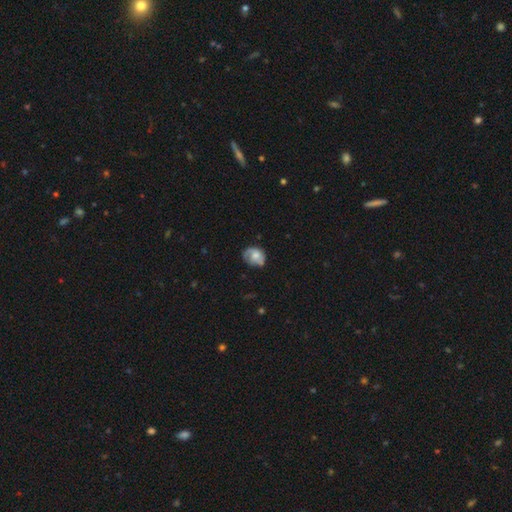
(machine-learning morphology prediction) The model was most divided on "how rounded": round: 53%, in between: 46%, cigar-shaped: 1%. More confident: smooth or featured — smooth (57%); merging — none (52%).